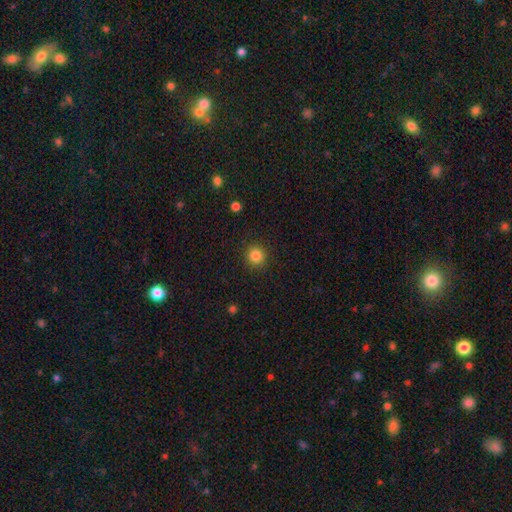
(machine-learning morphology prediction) Smooth or featured: smooth — 84% (star or artifact — 11%)
How rounded: round — 93% (in between — 6%)
Merging: none — 91% (minor disturbance — 6%)